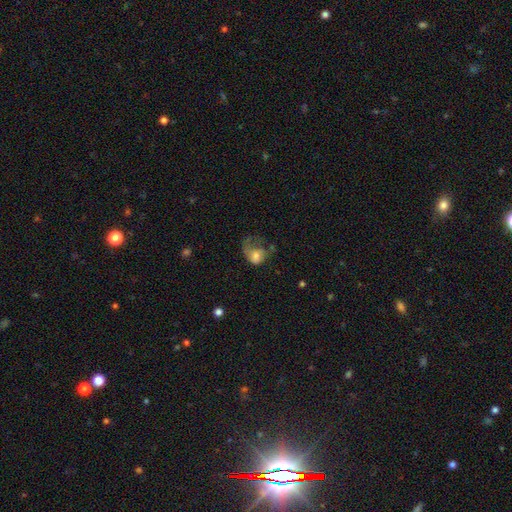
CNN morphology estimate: The model was most divided on "how rounded": in between: 56%, round: 43%, cigar-shaped: 1%. More confident: merging — major disturbance (61%); smooth or featured — smooth (58%).